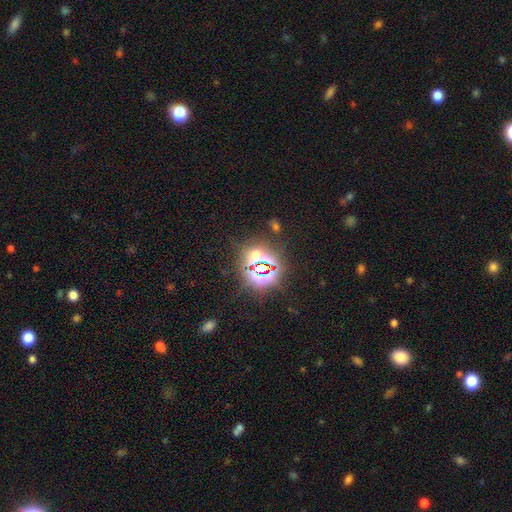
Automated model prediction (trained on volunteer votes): Smooth or featured?
  - star or artifact: 73% *
  - smooth: 18%
  - featured or disk: 9%